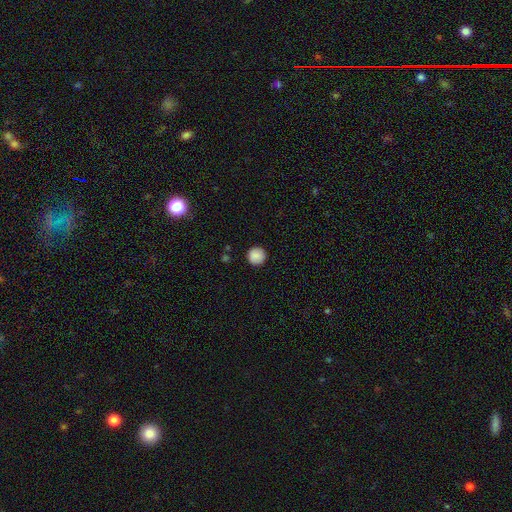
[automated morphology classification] Smooth or featured: smooth — 88% (star or artifact — 9%)
How rounded: round — 96% (in between — 4%)
Merging: none — 91% (minor disturbance — 6%)